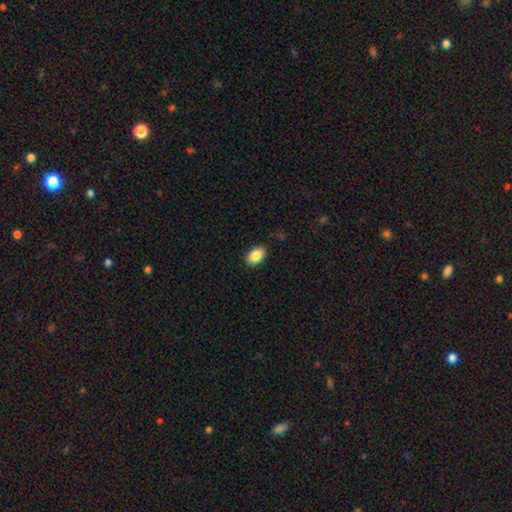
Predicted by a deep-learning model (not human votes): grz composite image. It shows a smooth galaxy with no disk features (86%) that is in between round and cigar-shaped (87%). Merging: none (87%).